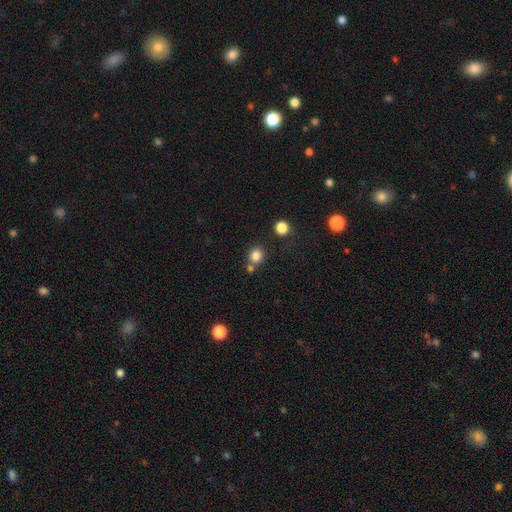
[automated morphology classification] Smooth or featured? smooth (82%)
How rounded? round (85%)
Merging? none (68%)